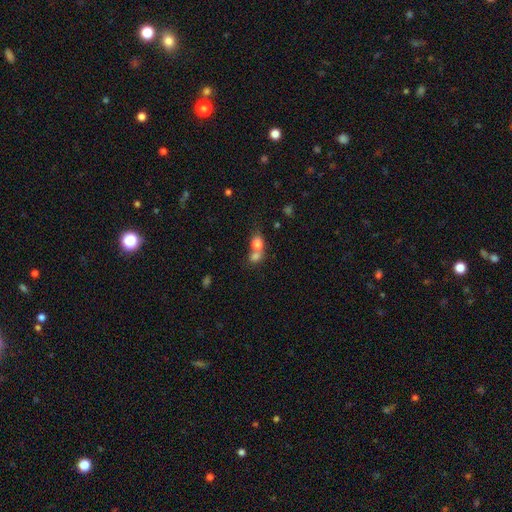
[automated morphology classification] This is likely a smooth galaxy (75%). How rounded: possibly round (51%). Merging: likely merger (65%).